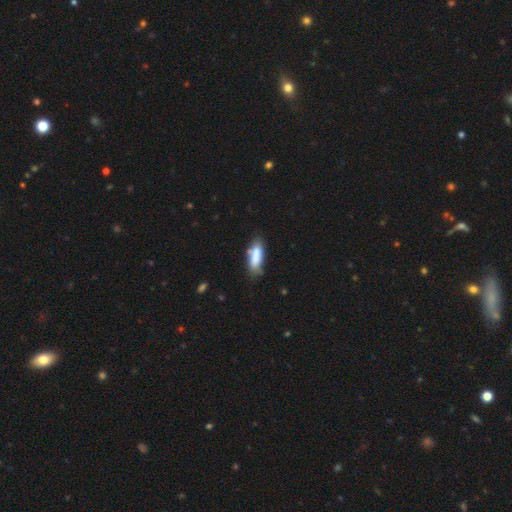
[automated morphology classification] smooth-or-featured: smooth: 78% | featured or disk: 15% | star or artifact: 7%
  how-rounded: in between: 58% | cigar-shaped: 40% | round: 2%
  merging: none: 56% | minor disturbance: 25% | merger: 12% | major disturbance: 7%